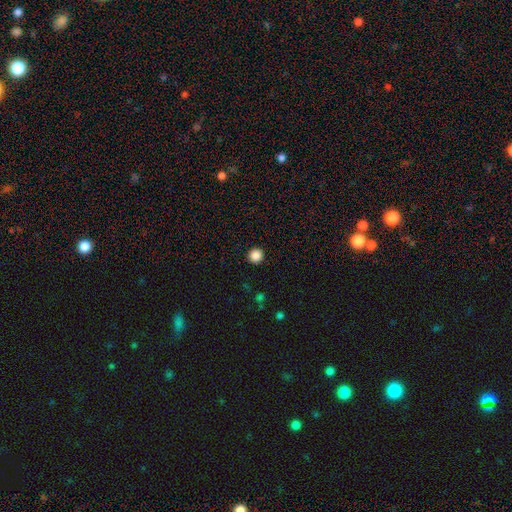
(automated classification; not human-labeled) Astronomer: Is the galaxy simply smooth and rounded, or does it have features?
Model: smooth — 86%.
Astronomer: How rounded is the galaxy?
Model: round — 96%.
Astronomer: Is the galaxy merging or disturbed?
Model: none — 93%.